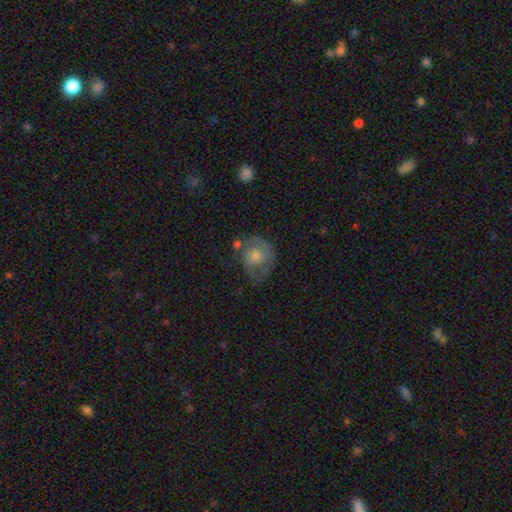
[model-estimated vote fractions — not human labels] Smooth or featured? featured or disk (49%)
Merging? none (47%)